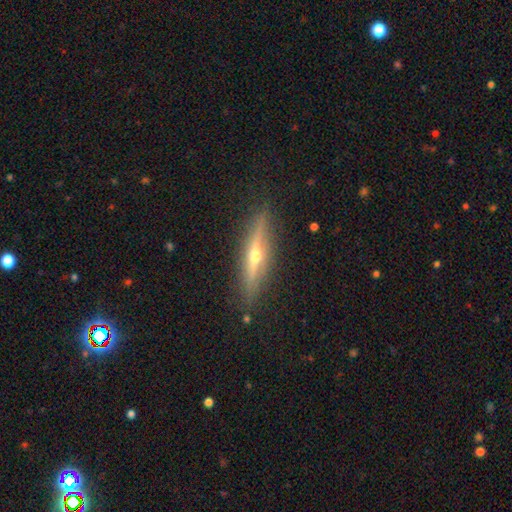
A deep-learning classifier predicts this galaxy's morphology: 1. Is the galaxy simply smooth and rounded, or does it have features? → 74% featured or disk, 19% smooth, 7% star or artifact.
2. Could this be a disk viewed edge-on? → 95% yes, 5% no.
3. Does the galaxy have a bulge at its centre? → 92% rounded, 6% none, 2% boxy.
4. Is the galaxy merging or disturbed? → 88% none, 9% minor disturbance, 2% major disturbance, 1% merger.